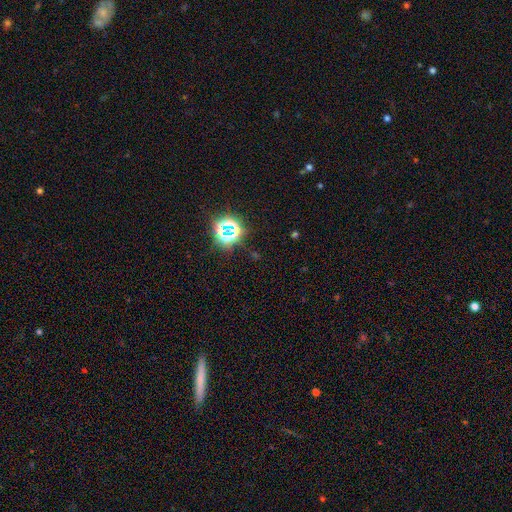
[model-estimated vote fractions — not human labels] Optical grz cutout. It shows a star or artifact, not a galaxy (72%).